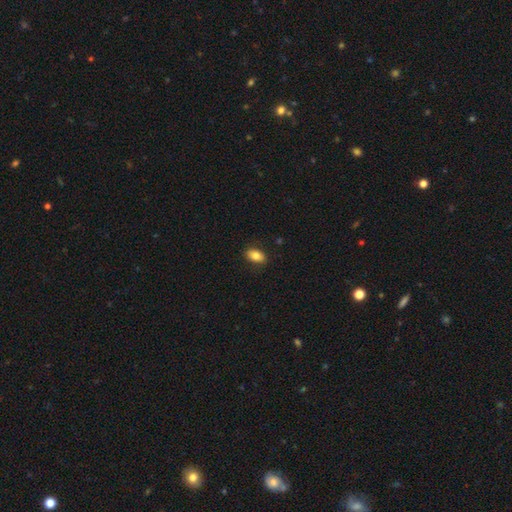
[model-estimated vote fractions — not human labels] This appears to be a smooth galaxy with no disk features (84%) that is in between round and cigar-shaped (89%). Merging: none (87%).